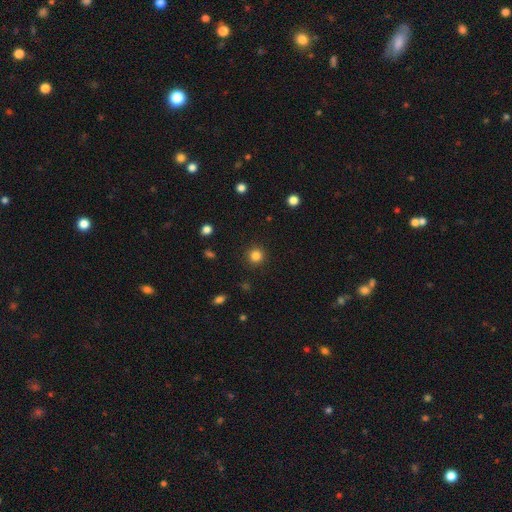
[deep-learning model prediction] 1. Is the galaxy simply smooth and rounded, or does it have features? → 83% smooth, 13% star or artifact, 4% featured or disk.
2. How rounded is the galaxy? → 95% round, 4% in between, 1% cigar-shaped.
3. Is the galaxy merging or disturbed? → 91% none, 5% minor disturbance, 2% major disturbance, 1% merger.